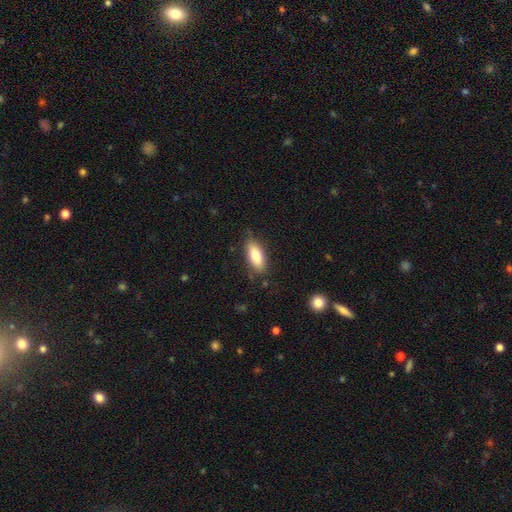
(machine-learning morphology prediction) A smooth galaxy with no disk features (80%) that is in between round and cigar-shaped (83%).

Vote fractions:
- Smooth or featured? smooth: 80% / featured or disk: 13% / star or artifact: 7%
- How rounded? in between: 83% / cigar-shaped: 15% / round: 2%
- Merging? none: 77% / minor disturbance: 17% / major disturbance: 4% / merger: 2%